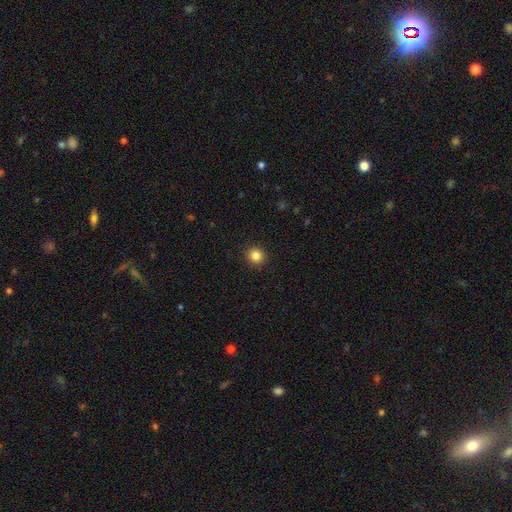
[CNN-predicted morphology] Smooth or featured: smooth — 84% (star or artifact — 11%)
How rounded: round — 90% (in between — 9%)
Merging: none — 92% (minor disturbance — 5%)